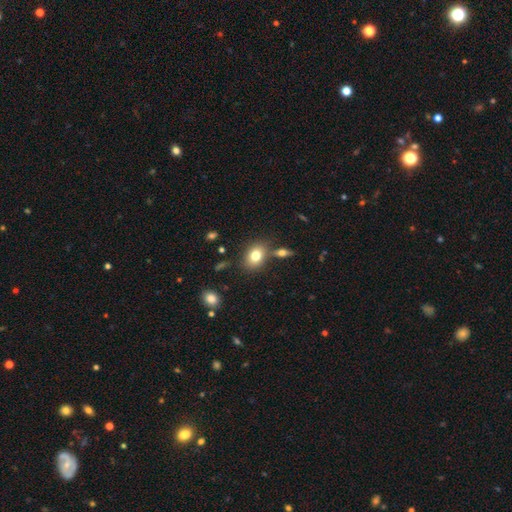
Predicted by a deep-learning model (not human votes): smooth_or_featured: smooth (p=0.78) [alt: featured or disk p=0.12]
how_rounded: in between (p=0.64) [alt: round p=0.35]
merging: none (p=0.72) [alt: merger p=0.13]